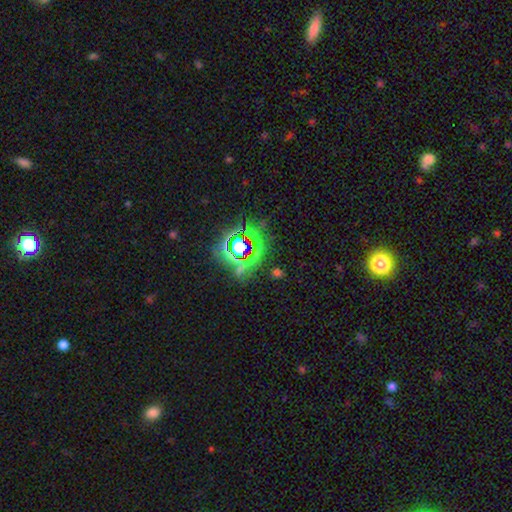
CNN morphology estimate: This appears to be a star or artifact, not a galaxy (76%).